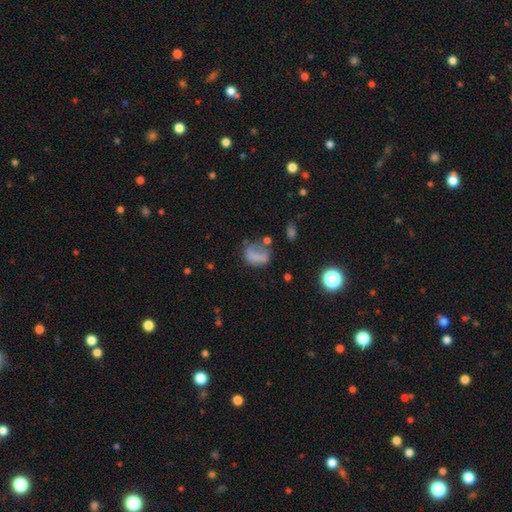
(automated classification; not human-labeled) The model was most divided on "how rounded": in between: 52%, round: 45%, cigar-shaped: 2%. Remaining: smooth or featured — smooth (61%); merging — none (38%).